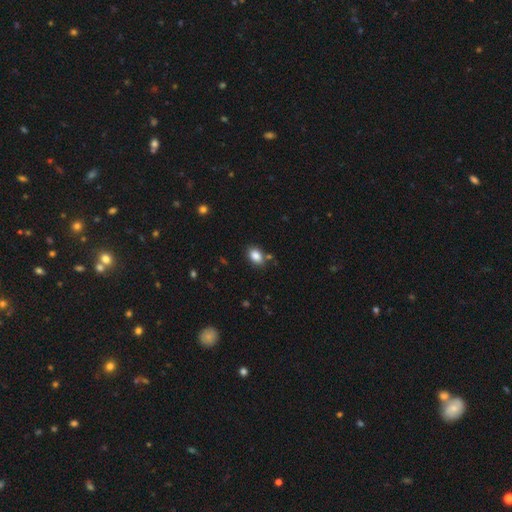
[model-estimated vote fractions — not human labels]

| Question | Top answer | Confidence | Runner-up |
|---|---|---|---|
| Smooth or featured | smooth | 86% | star or artifact (10%) |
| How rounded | in between | 78% | round (20%) |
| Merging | none | 80% | minor disturbance (12%) |